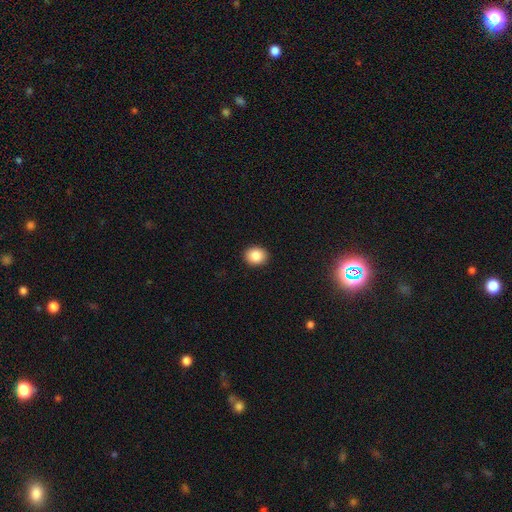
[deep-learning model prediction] A smooth galaxy with no disk features (86%) that is round (66%). Merging: none (92%).